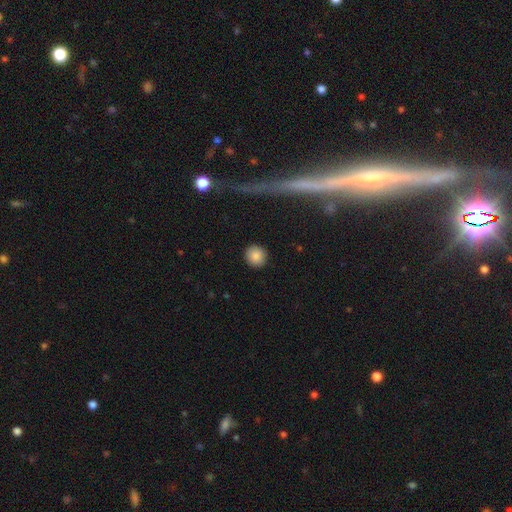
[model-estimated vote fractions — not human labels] Smooth or featured: smooth — 86% (star or artifact — 9%)
How rounded: round — 92% (in between — 7%)
Merging: none — 91% (minor disturbance — 6%)